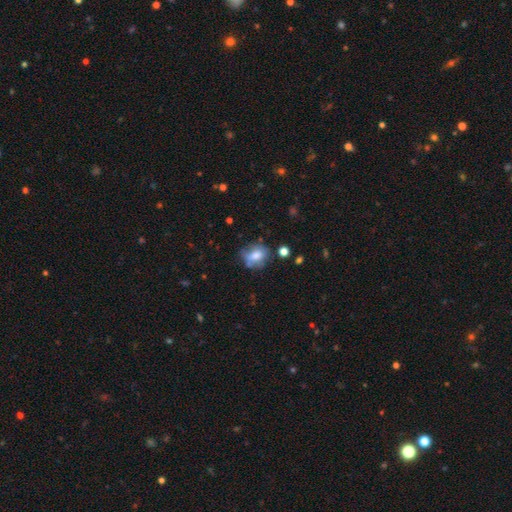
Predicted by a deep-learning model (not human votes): A smooth galaxy with no disk features (66%) that is in between round and cigar-shaped (49%, tied with round).

Vote fractions:
- Smooth or featured? smooth: 66% / featured or disk: 24% / star or artifact: 10%
- How rounded? in between: 49% (tied) / round: 49% (tied) / cigar-shaped: 2%
- Merging? none: 54% / minor disturbance: 26% / major disturbance: 11% / merger: 9%